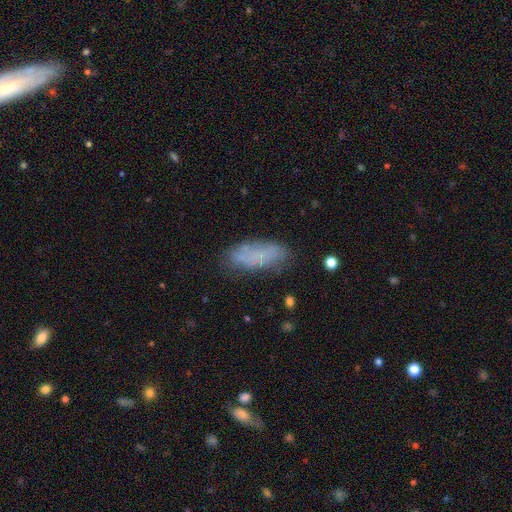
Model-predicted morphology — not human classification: A smooth galaxy with no disk features (68%) that is in between round and cigar-shaped (72%).

Vote fractions:
- Smooth or featured? smooth: 68% / featured or disk: 23% / star or artifact: 9%
- How rounded? in between: 72% / cigar-shaped: 26% / round: 2%
- Merging? none: 66% / minor disturbance: 22% / major disturbance: 8% / merger: 4%